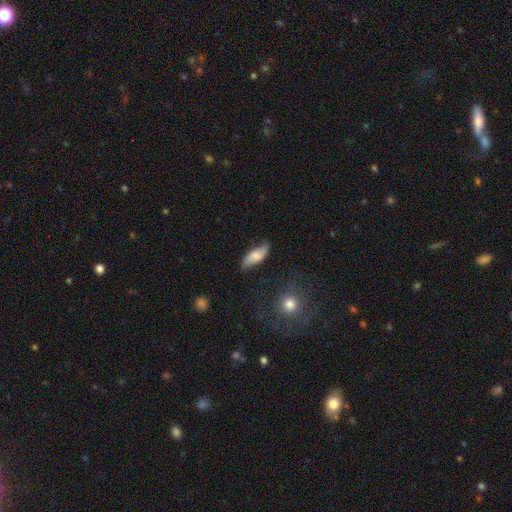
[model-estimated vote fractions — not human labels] Smooth or featured? smooth (63%)
How rounded? in between (74%)
Merging? none (71%)